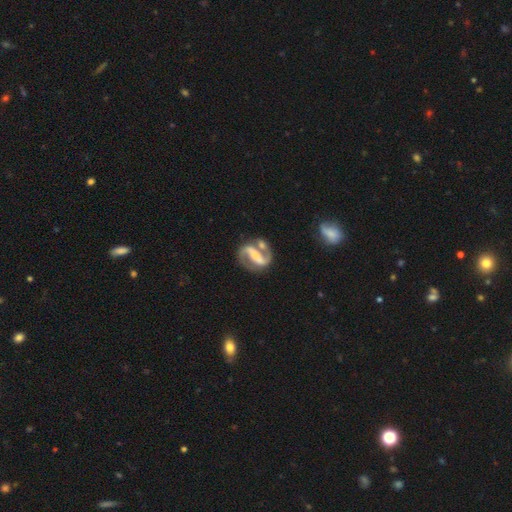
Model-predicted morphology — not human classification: Smooth or featured: featured or disk — 89% (smooth — 6%)
Edge-on disk: no — 97% (yes — 3%)
Bar: strong — 71% (weak — 19%)
Spiral arms: yes — 95% (no — 5%)
Spiral winding: medium — 54% (tight — 24%)
Spiral arm count: 2 — 93% (can't tell — 2%)
Bulge size: small — 48% (moderate — 36%)
Merging: none — 68% (minor disturbance — 13%)